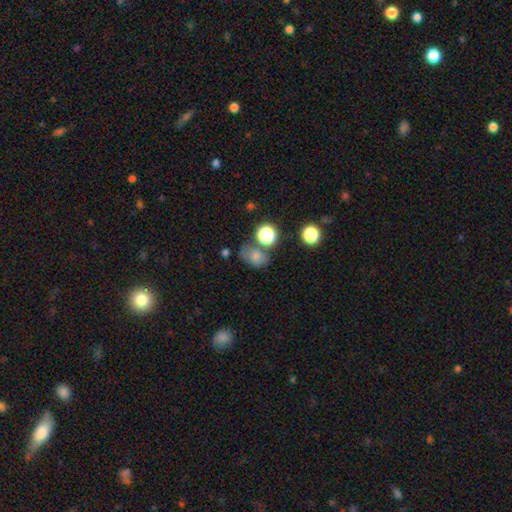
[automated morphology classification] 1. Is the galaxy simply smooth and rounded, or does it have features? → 65% smooth, 21% star or artifact, 14% featured or disk.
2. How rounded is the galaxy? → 58% in between, 41% round, 2% cigar-shaped.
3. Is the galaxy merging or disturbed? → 59% none, 18% minor disturbance, 15% merger, 8% major disturbance.